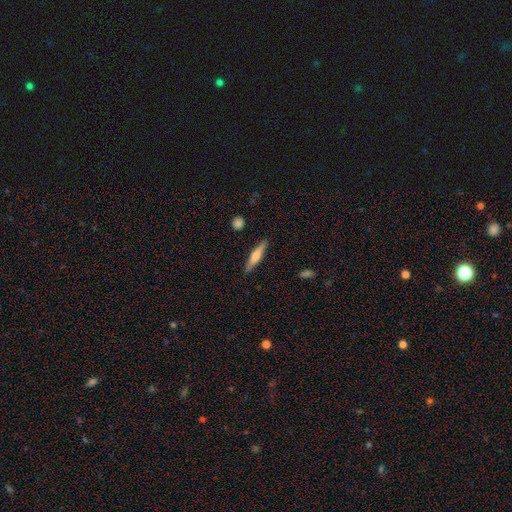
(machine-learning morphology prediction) Q: Smooth or featured?
A: smooth (51%); runner-up: featured or disk (43%)
Q: How rounded?
A: cigar-shaped (86%); runner-up: in between (12%)
Q: Merging?
A: none (88%); runner-up: minor disturbance (8%)